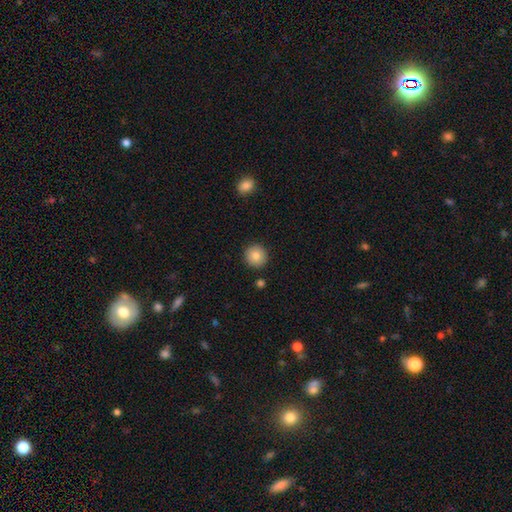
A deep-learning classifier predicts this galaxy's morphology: Smooth or featured? smooth (83%)
How rounded? round (94%)
Merging? none (91%)